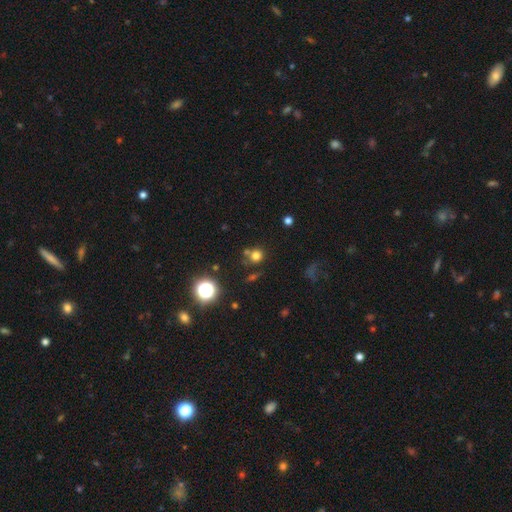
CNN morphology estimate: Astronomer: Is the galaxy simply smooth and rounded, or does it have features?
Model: smooth — 72%.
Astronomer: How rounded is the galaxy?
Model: round — 89%.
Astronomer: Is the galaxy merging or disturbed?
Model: none — 67%.